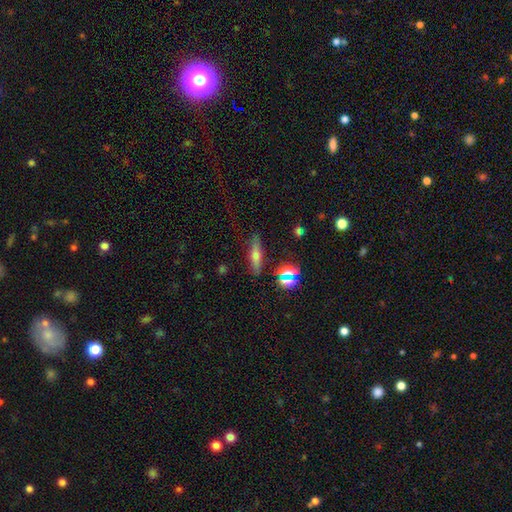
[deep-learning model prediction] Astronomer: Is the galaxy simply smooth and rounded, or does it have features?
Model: smooth — 53% (runner-up: featured or disk, 32%).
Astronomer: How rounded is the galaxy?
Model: cigar-shaped — 69%.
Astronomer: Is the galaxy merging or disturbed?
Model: none — 82%.